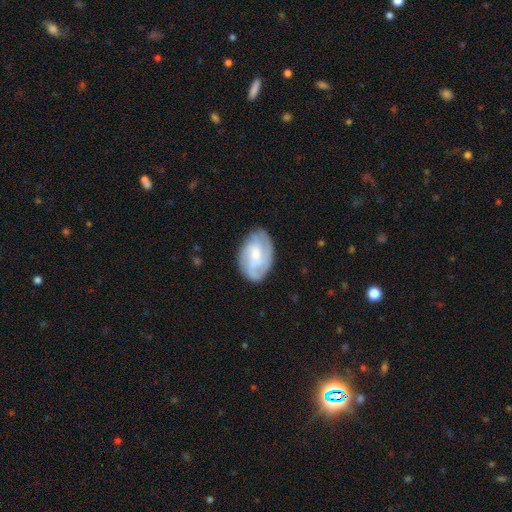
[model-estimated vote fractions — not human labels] Smooth or featured? featured or disk (72%)
Edge-on disk? no (97%)
Bar? no (53%)
Spiral arms? yes (94%)
Spiral winding? tight (46%)
Spiral arm count? 3 (39%)
Bulge size? moderate (44%)
Merging? none (77%)